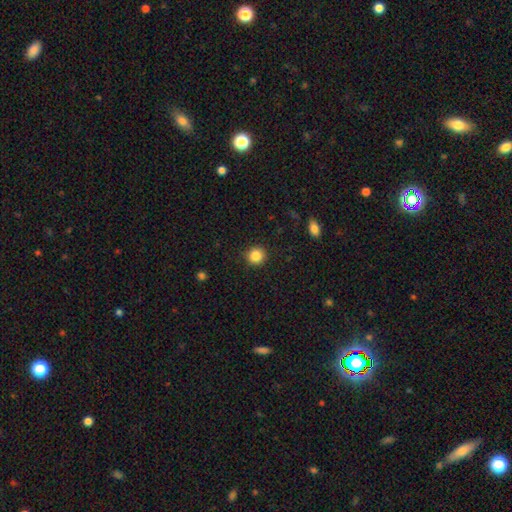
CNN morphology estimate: smooth 86%, star or artifact 10%, featured or disk 4%. Down the decision tree: how rounded — round (92%); merging — none (91%).